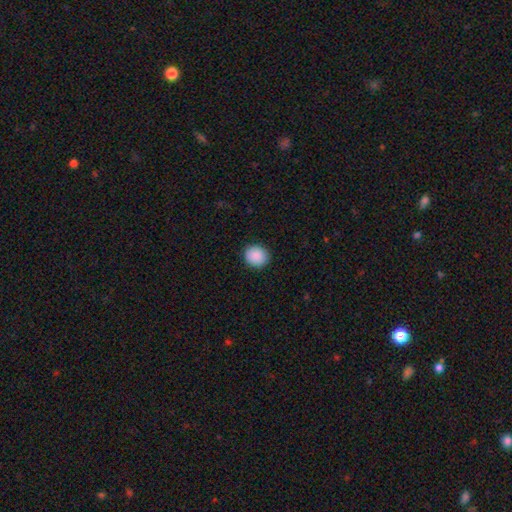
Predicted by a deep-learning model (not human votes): This appears to be a smooth galaxy with no disk features (89%) that is round (81%). Merging: none (91%).